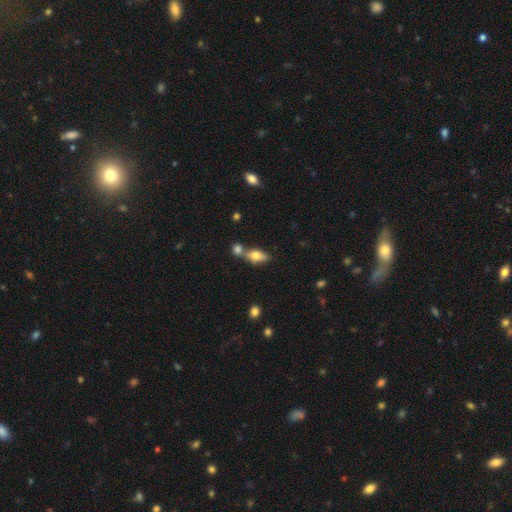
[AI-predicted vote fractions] This is likely a smooth galaxy (73%). How rounded: clearly in between (81%). Merging: possibly none (46%).